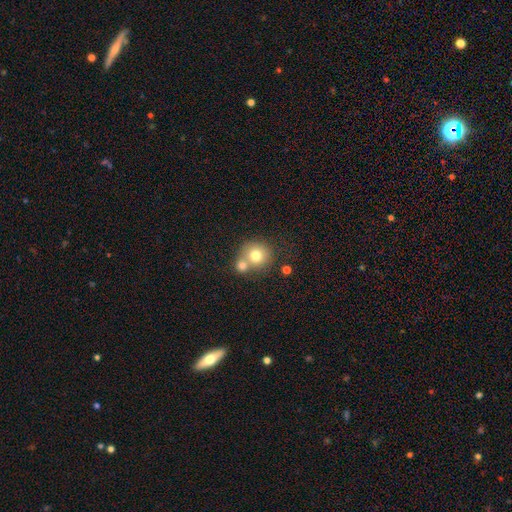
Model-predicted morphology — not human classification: Smooth or featured?
  - smooth: 74% *
  - featured or disk: 15%
  - star or artifact: 11%
How rounded?
  - round: 88% *
  - in between: 11%
  - cigar-shaped: 1%
Merging?
  - merger: 46% *
  - none: 43%
  - minor disturbance: 7%
  - major disturbance: 3%